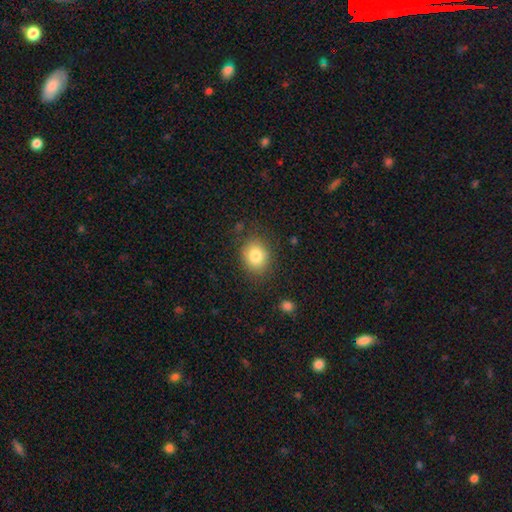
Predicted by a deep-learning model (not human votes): Overall: smooth (82%). How rounded: round (62%; in between 37%). Merging: none (82%).